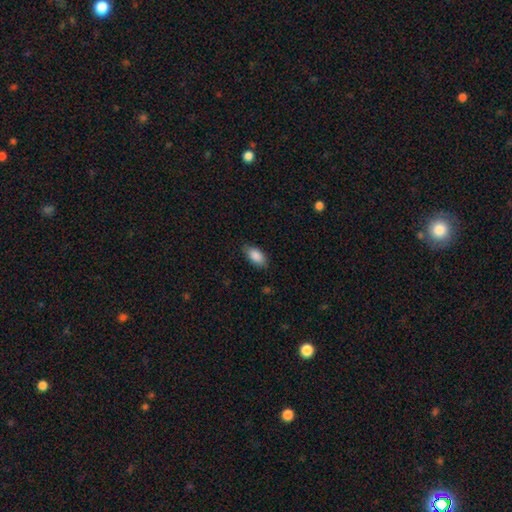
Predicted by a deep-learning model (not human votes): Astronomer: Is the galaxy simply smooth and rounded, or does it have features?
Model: smooth — 88%.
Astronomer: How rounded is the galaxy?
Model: in between — 92%.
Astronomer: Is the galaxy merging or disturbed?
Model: none — 82%.